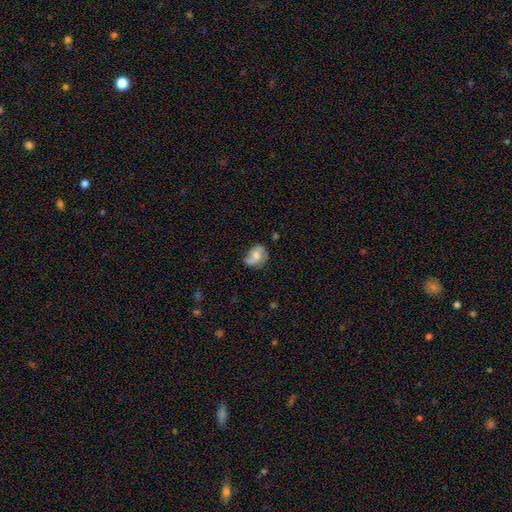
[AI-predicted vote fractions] featured or disk 52%, smooth 39%, star or artifact 9%. Down the decision tree: edge-on disk — no (97%); bar — no (66%); spiral arms — yes (79%); bulge size — moderate (48%); merging — none (55%).